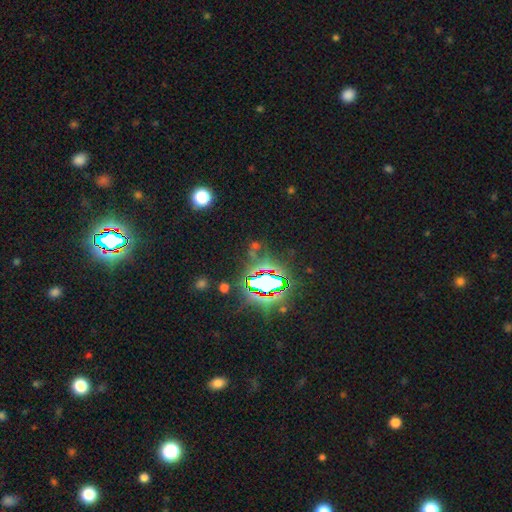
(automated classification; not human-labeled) Smooth or featured? star or artifact (81%)